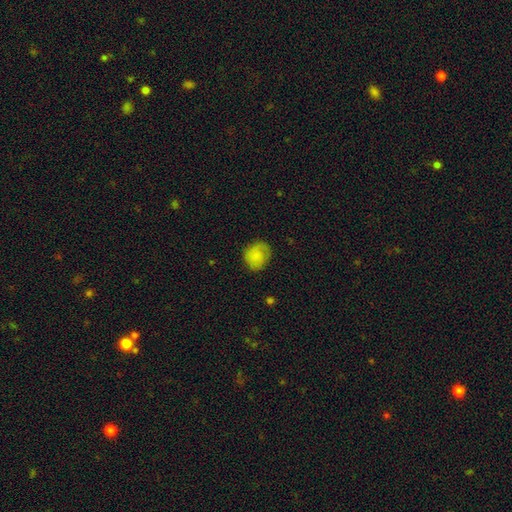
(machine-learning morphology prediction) The model was most divided on "how rounded": round: 76%, in between: 23%, cigar-shaped: 1%. More confident: smooth or featured — smooth (76%); merging — none (73%).